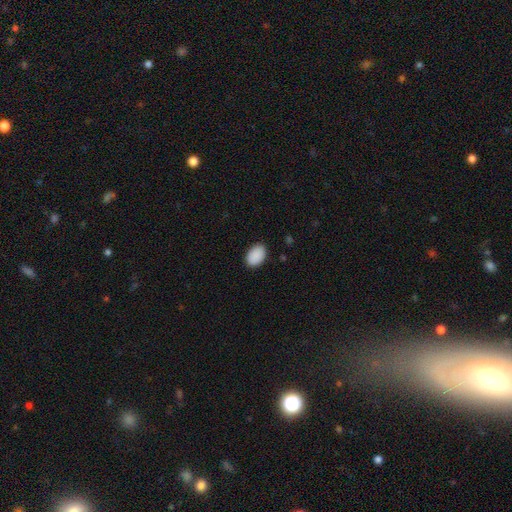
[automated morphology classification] The model was most divided on "how rounded": in between: 88%, round: 11%, cigar-shaped: 1%. More confident: smooth or featured — smooth (91%); merging — none (87%).